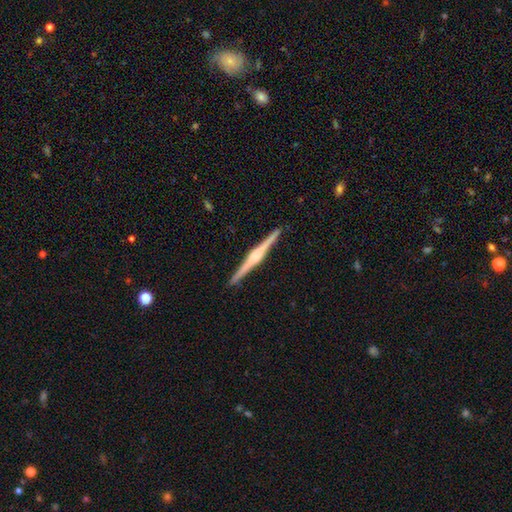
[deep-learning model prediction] featured or disk 84%, smooth 12%, star or artifact 5%. Down the decision tree: edge-on disk — yes (99%); edge-on bulge — rounded (81%); merging — none (92%).